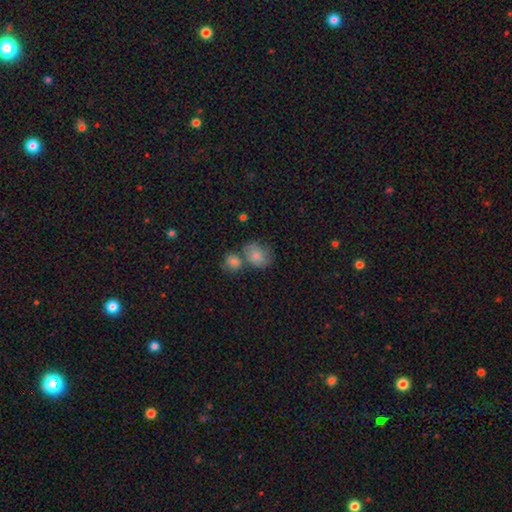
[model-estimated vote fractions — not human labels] Q: Smooth or featured?
A: smooth (73%); runner-up: featured or disk (18%)
Q: How rounded?
A: round (52%); runner-up: in between (47%)
Q: Merging?
A: merger (41%); runner-up: none (37%)